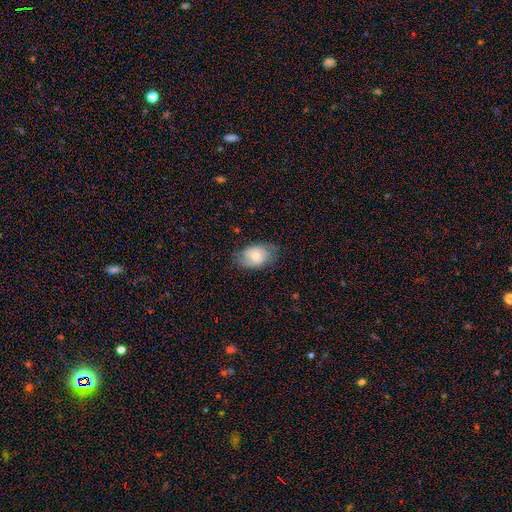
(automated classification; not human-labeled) smooth-or-featured: smooth: 48% | featured or disk: 45% | star or artifact: 7%
  merging: none: 67% | minor disturbance: 24% | major disturbance: 8% | merger: 1%